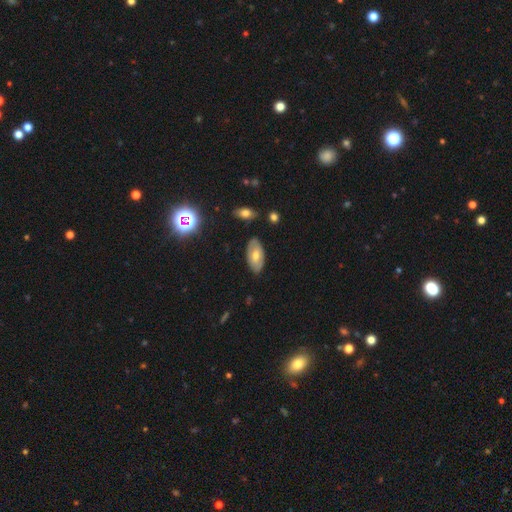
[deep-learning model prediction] smooth_or_featured: smooth (p=0.56) [alt: featured or disk p=0.36]
how_rounded: in between (p=0.94) [alt: cigar-shaped p=0.03]
merging: none (p=0.82) [alt: minor disturbance p=0.14]